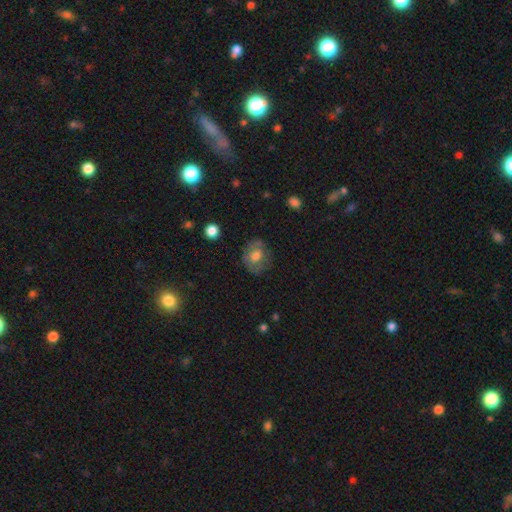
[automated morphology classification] Smooth or featured?
  - smooth: 52% *
  - featured or disk: 40%
  - star or artifact: 8%
How rounded?
  - round: 53% *
  - in between: 46%
  - cigar-shaped: 1%
Merging?
  - none: 69% *
  - minor disturbance: 20%
  - major disturbance: 9%
  - merger: 2%